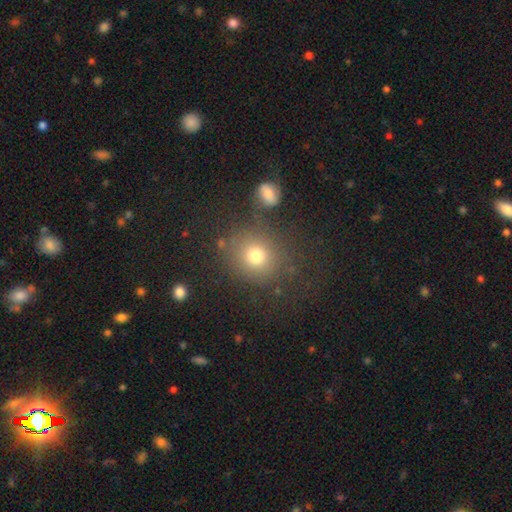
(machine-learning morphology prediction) A smooth galaxy with no disk features (75%) that is round (79%). Merging: none (77%).